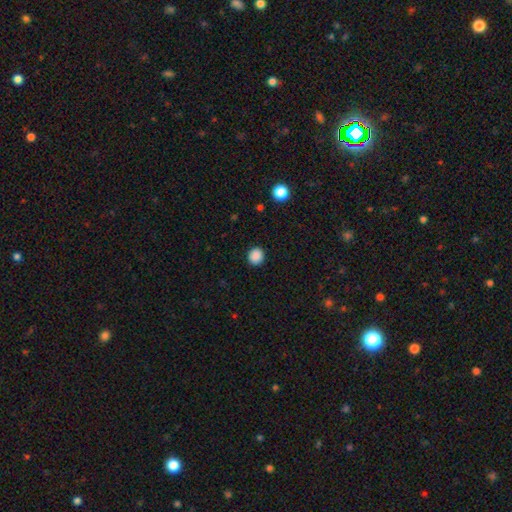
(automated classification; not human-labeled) Smooth or featured? smooth (88%)
How rounded? round (87%)
Merging? none (90%)